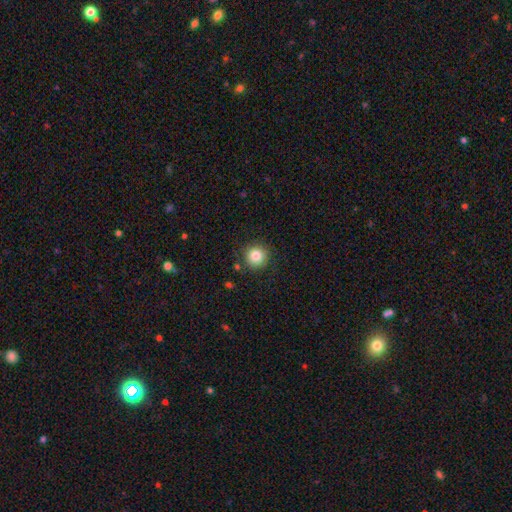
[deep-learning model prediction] This is clearly a smooth galaxy (84%). How rounded: clearly round (94%). Merging: clearly none (87%).